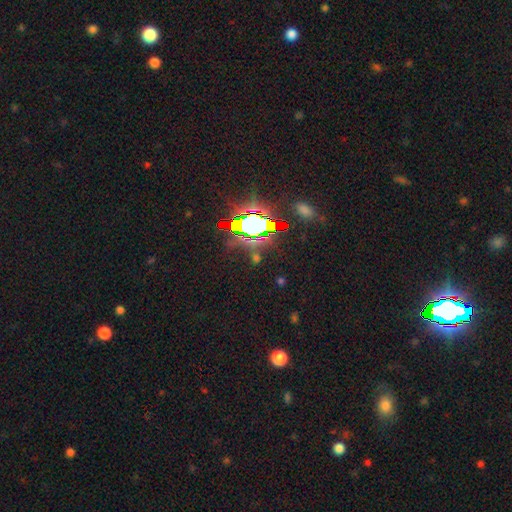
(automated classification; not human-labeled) A star or artifact, not a galaxy (78%).